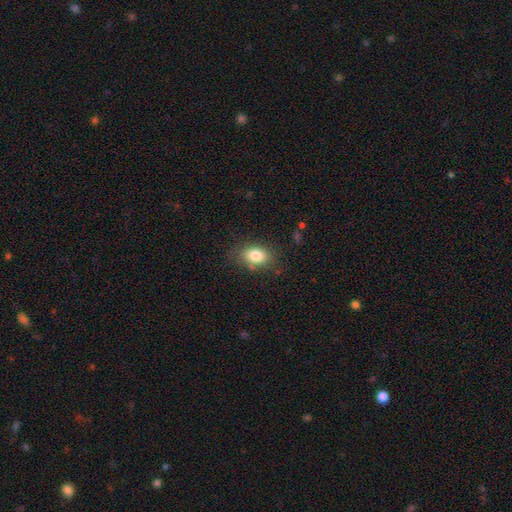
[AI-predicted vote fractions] A smooth galaxy with no disk features (82%) that is in between round and cigar-shaped (81%).

Vote fractions:
- Smooth or featured? smooth: 82% / featured or disk: 9% / star or artifact: 9%
- How rounded? in between: 81% / round: 17% / cigar-shaped: 2%
- Merging? none: 77% / minor disturbance: 16% / major disturbance: 5% / merger: 2%